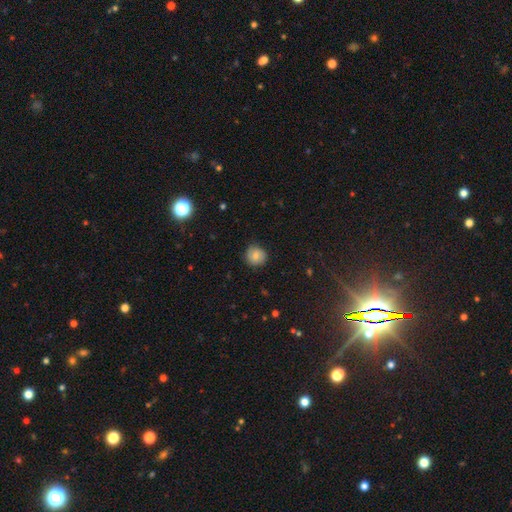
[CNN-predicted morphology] A smooth galaxy with no disk features (73%) that is round (90%).

Vote fractions:
- Smooth or featured? smooth: 73% / featured or disk: 17% / star or artifact: 10%
- How rounded? round: 90% / in between: 9% / cigar-shaped: 1%
- Merging? none: 80% / minor disturbance: 16% / major disturbance: 3% / merger: 1%